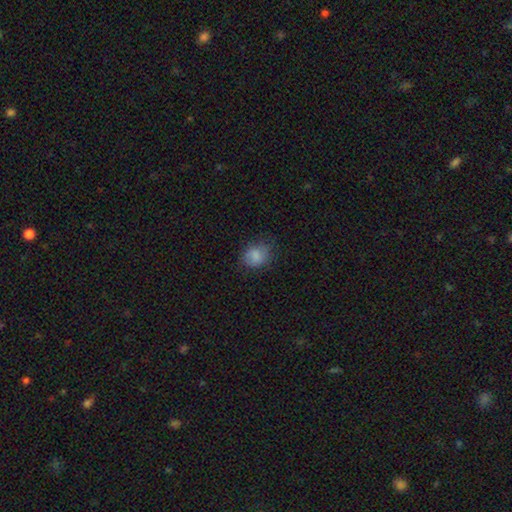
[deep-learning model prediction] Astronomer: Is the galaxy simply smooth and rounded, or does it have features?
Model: smooth — 82%.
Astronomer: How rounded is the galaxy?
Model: round — 51% (runner-up: in between, 48%).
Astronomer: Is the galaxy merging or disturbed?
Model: none — 71%.